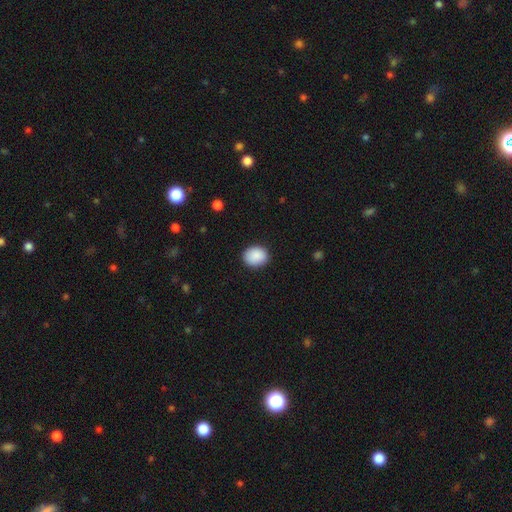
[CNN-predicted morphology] Smooth or featured?
  - smooth: 89% *
  - star or artifact: 7%
  - featured or disk: 4%
How rounded?
  - in between: 50% *
  - round: 49%
  - cigar-shaped: 1%
Merging?
  - none: 87% *
  - minor disturbance: 10%
  - major disturbance: 2%
  - merger: 1%